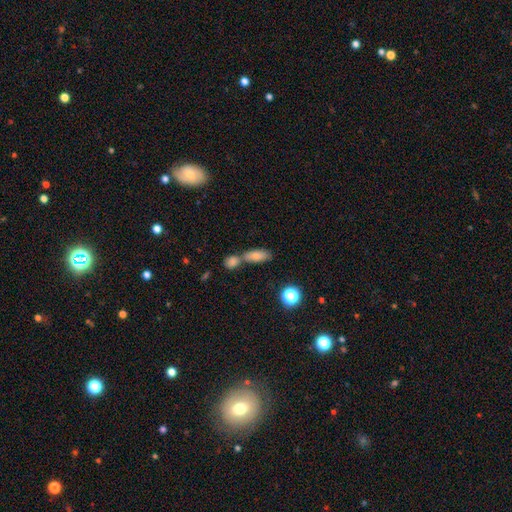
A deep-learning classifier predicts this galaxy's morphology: This is likely a smooth galaxy (71%). How rounded: likely in between (71%). Merging: marginally none (45%).